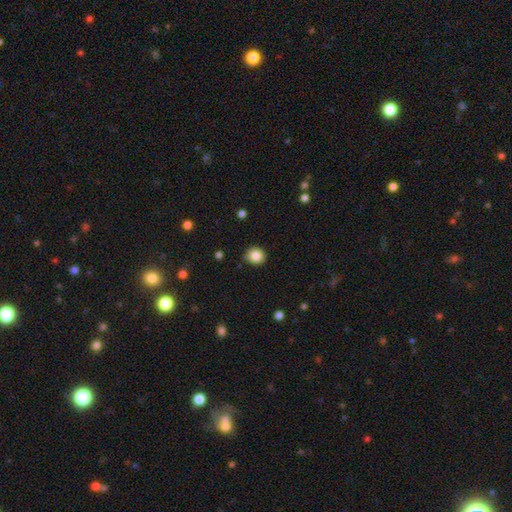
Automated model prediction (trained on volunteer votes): smooth-or-featured: smooth: 85% | star or artifact: 10% | featured or disk: 5%
  how-rounded: round: 83% | in between: 16% | cigar-shaped: 1%
  merging: none: 86% | minor disturbance: 11% | major disturbance: 2% | merger: 2%